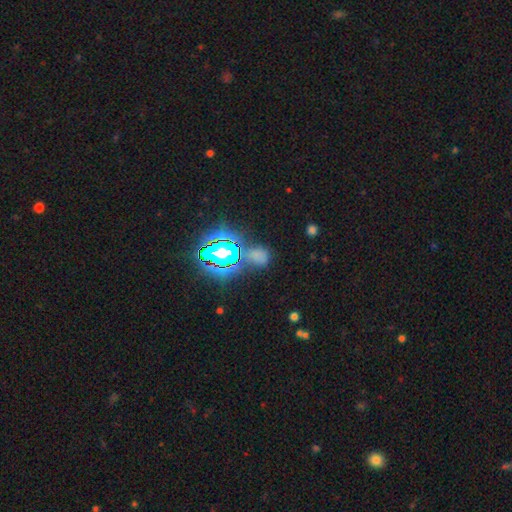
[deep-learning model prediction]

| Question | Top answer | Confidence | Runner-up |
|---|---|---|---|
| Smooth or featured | star or artifact | 49% | smooth (41%) |